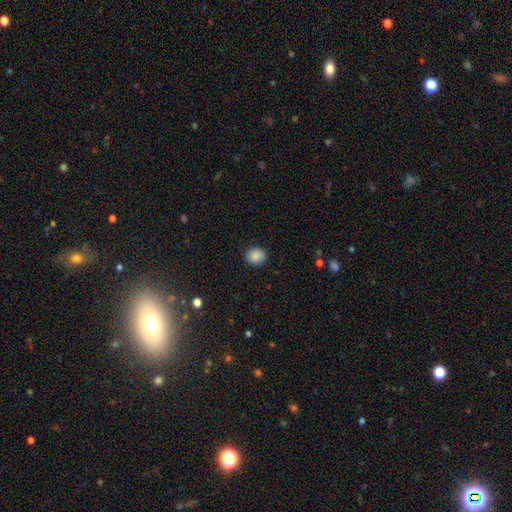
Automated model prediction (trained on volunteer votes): smooth 87%, star or artifact 9%, featured or disk 5%. Down the decision tree: how rounded — round (68%); merging — none (90%).